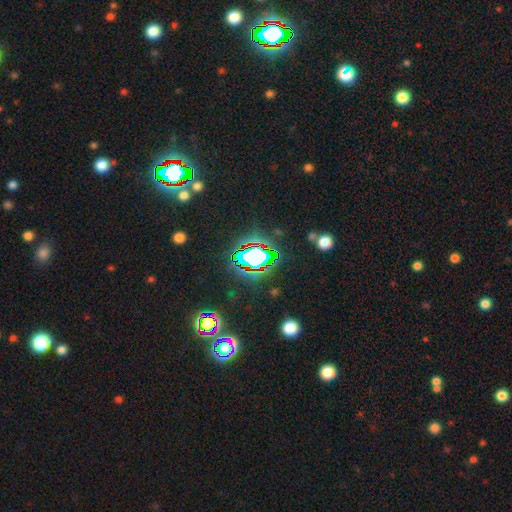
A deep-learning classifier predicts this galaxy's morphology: smooth-or-featured: star or artifact: 82% | smooth: 10% | featured or disk: 8%